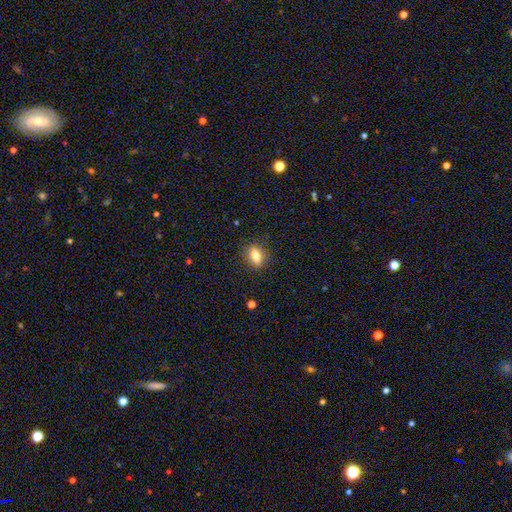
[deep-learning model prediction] smooth-or-featured: smooth: 77% | featured or disk: 14% | star or artifact: 9%
  how-rounded: in between: 75% | round: 16% | cigar-shaped: 10%
  merging: none: 85% | minor disturbance: 11% | major disturbance: 3% | merger: 1%